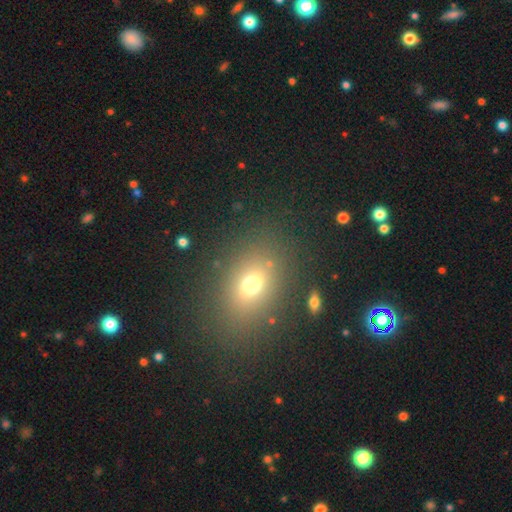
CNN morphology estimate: Smooth or featured: smooth — 61% (star or artifact — 27%)
How rounded: in between — 68% (round — 29%)
Merging: none — 86% (minor disturbance — 8%)